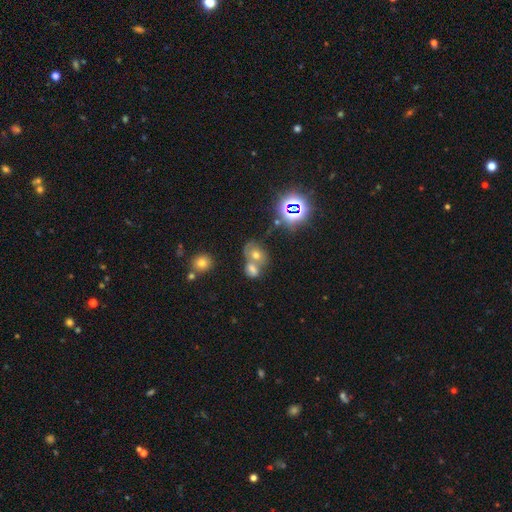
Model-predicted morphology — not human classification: A smooth galaxy with no disk features (44%).

Vote fractions:
- Smooth or featured? smooth: 44% / star or artifact: 32% / featured or disk: 24%
- Merging? merger: 57% / none: 29% / minor disturbance: 8% / major disturbance: 5%